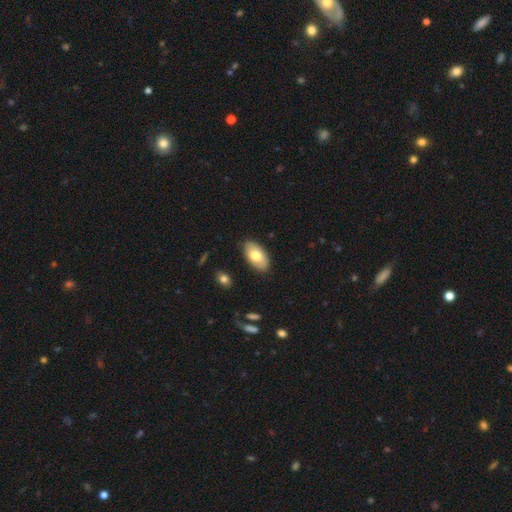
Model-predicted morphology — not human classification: This appears to be a smooth galaxy with no disk features (73%) that is in between round and cigar-shaped (95%). Merging: none (86%).